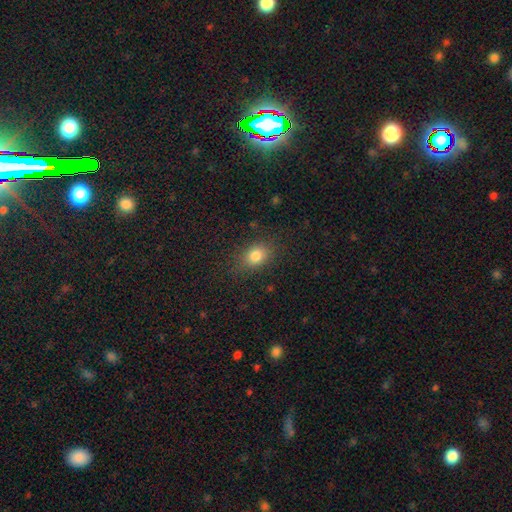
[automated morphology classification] smooth 82%, star or artifact 11%, featured or disk 7%. Down the decision tree: how rounded — in between (63%); merging — none (81%).